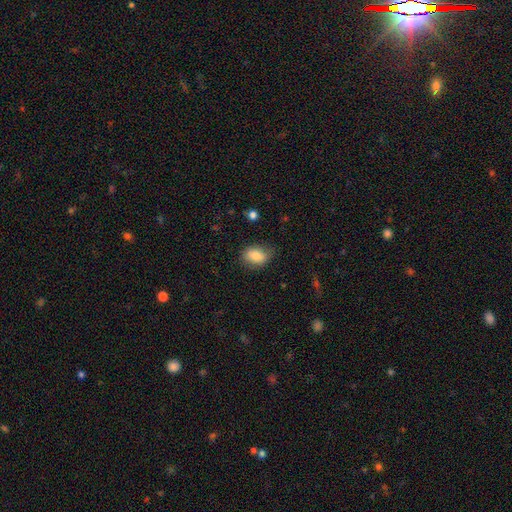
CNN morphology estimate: smooth 82%, featured or disk 10%, star or artifact 8%. Down the decision tree: how rounded — in between (76%); merging — none (73%).